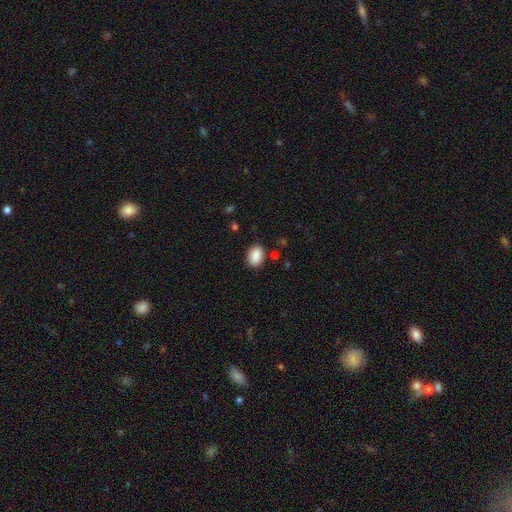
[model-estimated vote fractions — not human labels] Overall: smooth (89%). How rounded: in between (80%). Merging: none (83%).